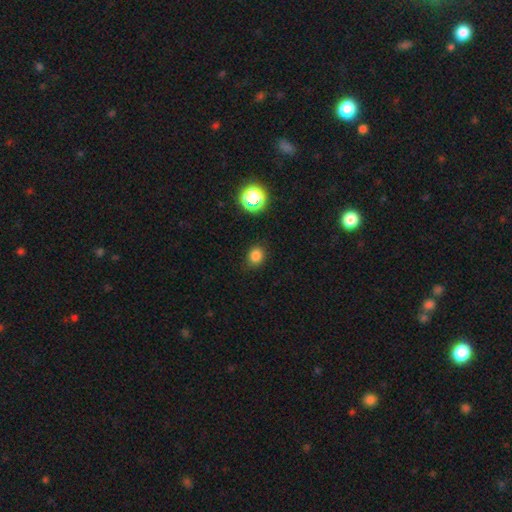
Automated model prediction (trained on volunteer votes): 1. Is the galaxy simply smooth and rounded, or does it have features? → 80% smooth, 16% star or artifact, 4% featured or disk.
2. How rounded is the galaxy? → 68% round, 31% in between, 1% cigar-shaped.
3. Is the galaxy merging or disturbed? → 84% none, 11% minor disturbance, 3% major disturbance, 1% merger.